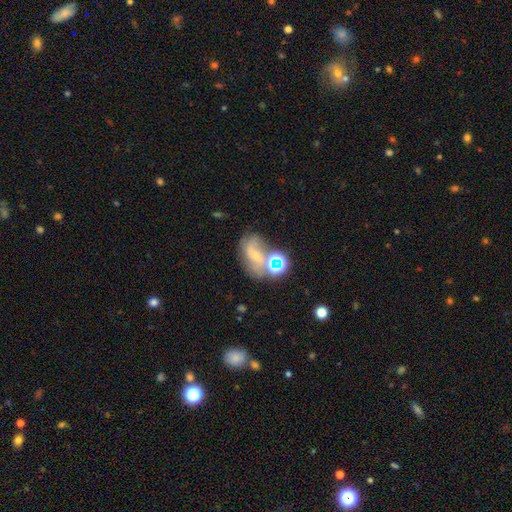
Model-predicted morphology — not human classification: Smooth or featured? Predicted: featured or disk (p=0.46). Merging? Predicted: none (p=0.39).